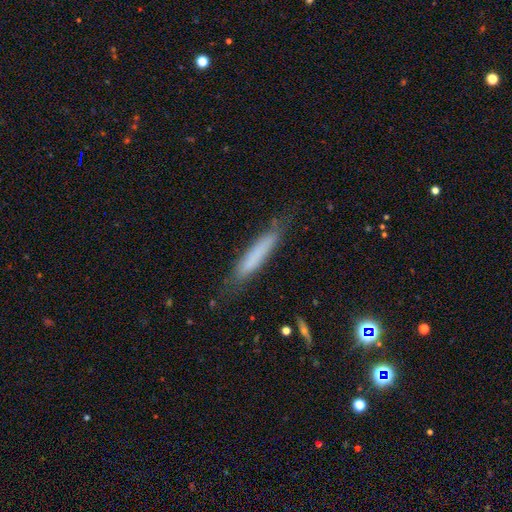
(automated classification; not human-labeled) This appears to be a smooth galaxy with no disk features (69%) that is cigar-shaped (90%). Merging: none (74%).